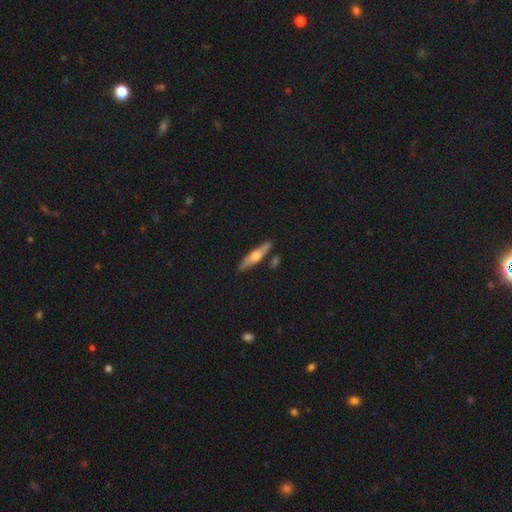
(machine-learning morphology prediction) A featured or disk galaxy (53%) viewed edge-on (88%).

Vote fractions:
- Smooth or featured? featured or disk: 53% / smooth: 41% / star or artifact: 6%
- Edge-on disk? yes: 88% / no: 12%
- Merging? none: 84% / minor disturbance: 10% / merger: 5% / major disturbance: 2%